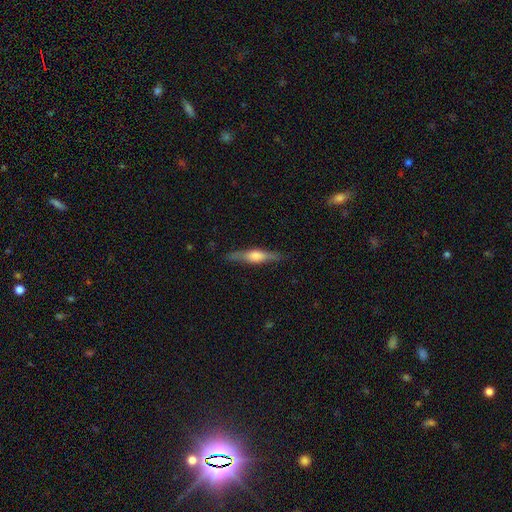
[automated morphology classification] type=featured or disk (63%); edge-on=yes (96%); edge-on bulge=rounded (77%); merging=none (86%).